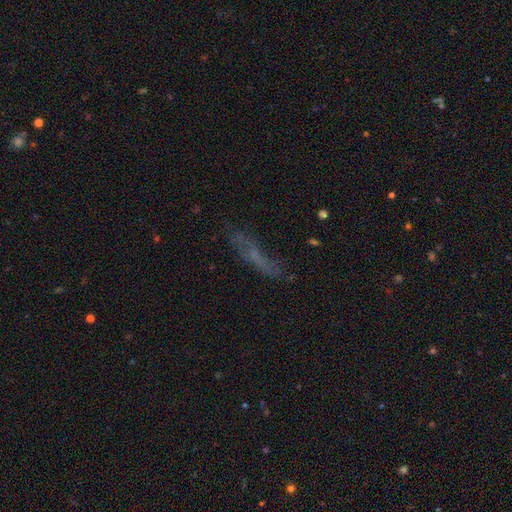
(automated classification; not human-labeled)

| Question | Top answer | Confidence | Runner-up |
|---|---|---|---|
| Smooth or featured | smooth | 42% | featured or disk (39%) |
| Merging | none | 63% | minor disturbance (21%) |